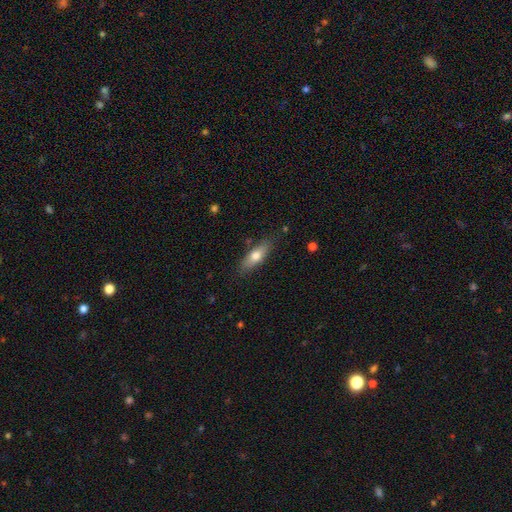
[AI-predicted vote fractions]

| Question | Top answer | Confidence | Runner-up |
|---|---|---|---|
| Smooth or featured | smooth | 68% | featured or disk (25%) |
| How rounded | in between | 56% | cigar-shaped (41%) |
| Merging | none | 81% | minor disturbance (14%) |